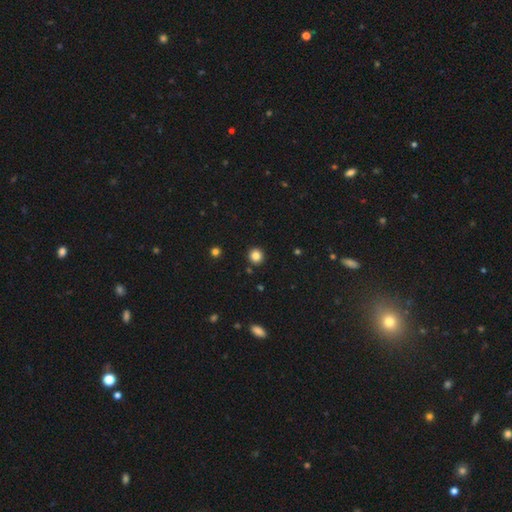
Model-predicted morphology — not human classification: This is clearly a smooth galaxy (84%). How rounded: clearly round (93%). Merging: clearly none (91%).